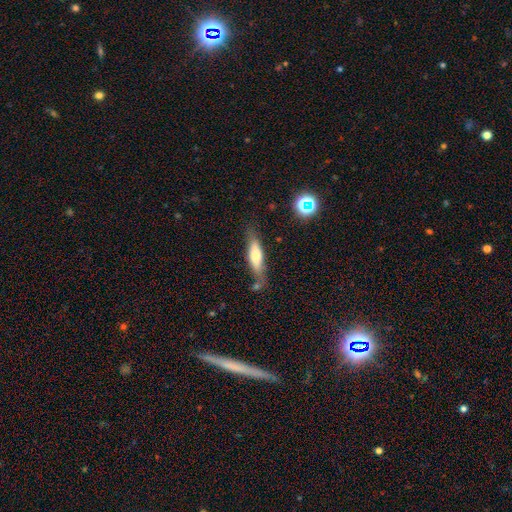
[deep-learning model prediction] A smooth galaxy with no disk features (64%) that is cigar-shaped (63%).

Vote fractions:
- Smooth or featured? smooth: 64% / featured or disk: 29% / star or artifact: 7%
- How rounded? cigar-shaped: 63% / in between: 35% / round: 2%
- Merging? none: 67% / minor disturbance: 20% / merger: 7% / major disturbance: 6%